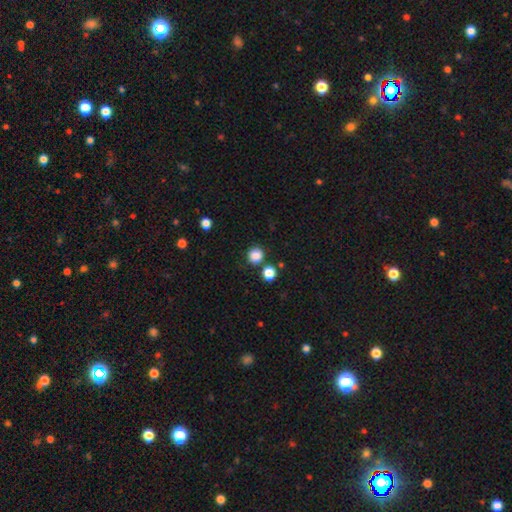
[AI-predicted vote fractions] Smooth or featured: smooth — 86% (star or artifact — 11%)
How rounded: round — 89% (in between — 10%)
Merging: none — 82% (minor disturbance — 8%)